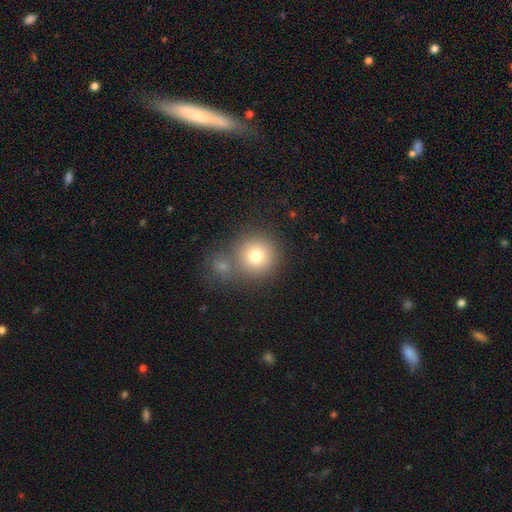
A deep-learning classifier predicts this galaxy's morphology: Smooth or featured: smooth — 77% (star or artifact — 12%)
How rounded: round — 93% (in between — 6%)
Merging: none — 67% (merger — 20%)